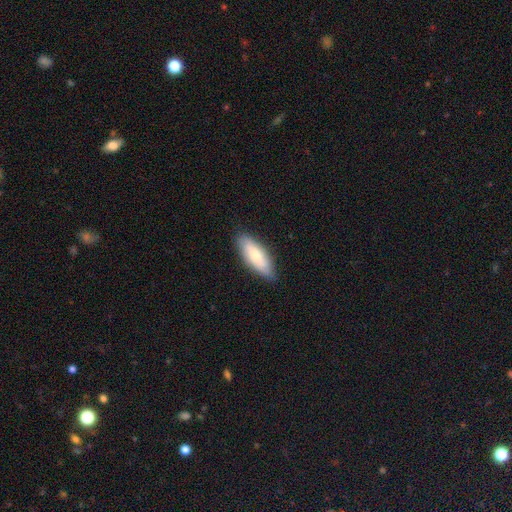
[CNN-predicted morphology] smooth_or_featured: smooth (p=0.74) [alt: featured or disk p=0.20]
how_rounded: in between (p=0.61) [alt: cigar-shaped p=0.37]
merging: none (p=0.83) [alt: minor disturbance p=0.13]